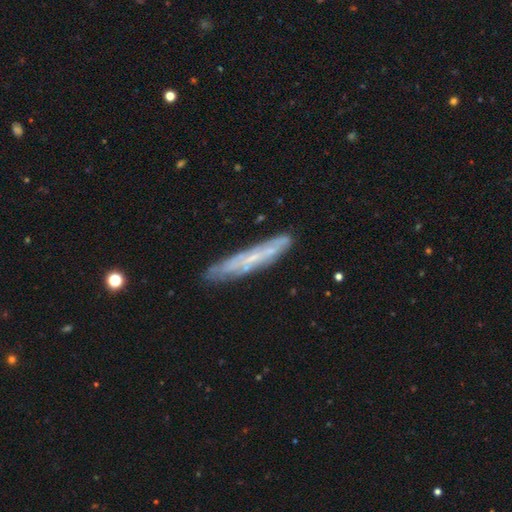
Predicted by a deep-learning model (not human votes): A featured or disk galaxy (49%). Merging: none (82%).